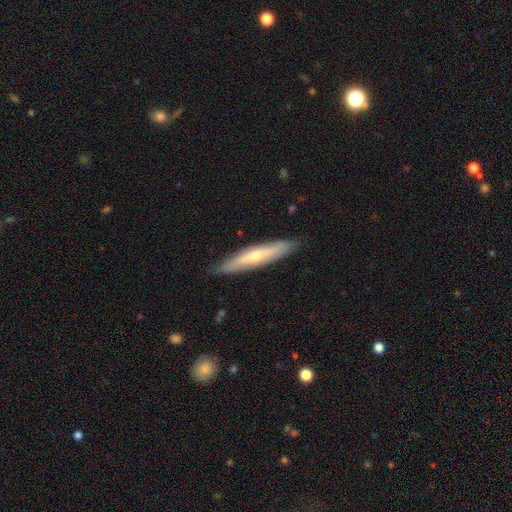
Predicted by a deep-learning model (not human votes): Smooth or featured: featured or disk — 51% (smooth — 43%)
Edge-on disk: yes — 78% (no — 22%)
Merging: none — 86% (minor disturbance — 11%)